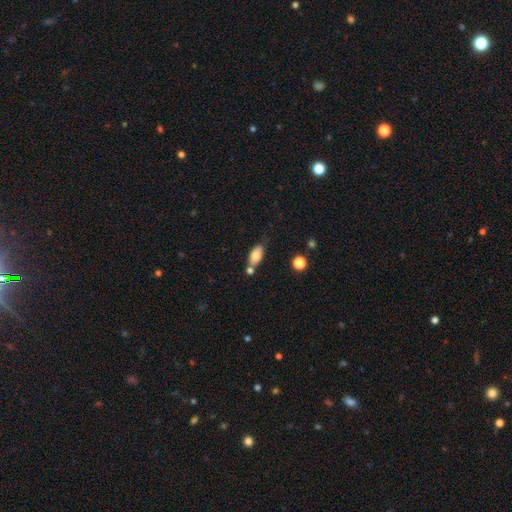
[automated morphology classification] Smooth or featured? smooth (77%)
How rounded? in between (89%)
Merging? none (59%)